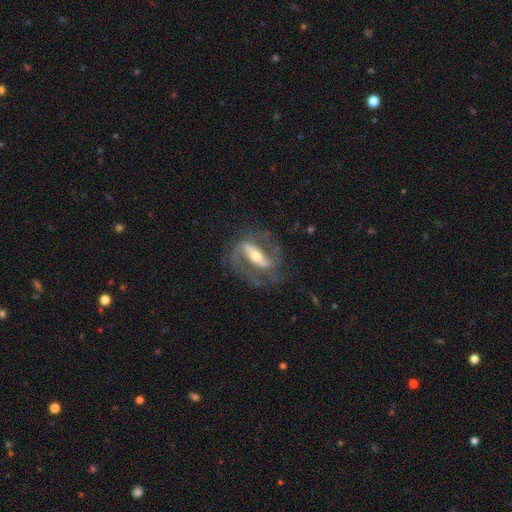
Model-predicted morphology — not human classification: This appears to be a featured or disk galaxy (88%) with a strong bar (66%), 2 (87%) medium (52%) spiral arms (94%) and a moderate central bulge (55%). Merging: none (68%).